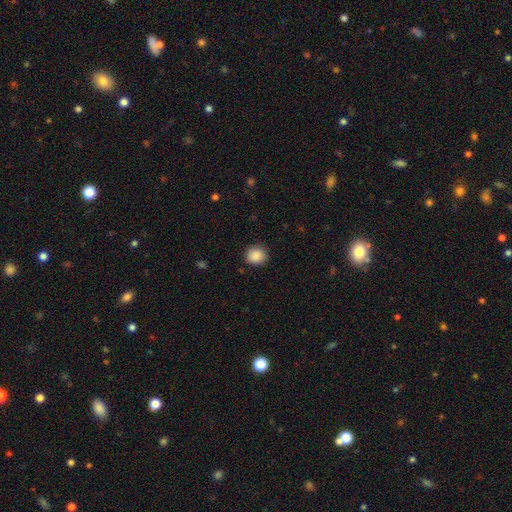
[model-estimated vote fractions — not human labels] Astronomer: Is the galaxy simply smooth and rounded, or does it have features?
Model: smooth — 88%.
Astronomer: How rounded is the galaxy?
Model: round — 83%.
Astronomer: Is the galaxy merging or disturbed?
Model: none — 85%.